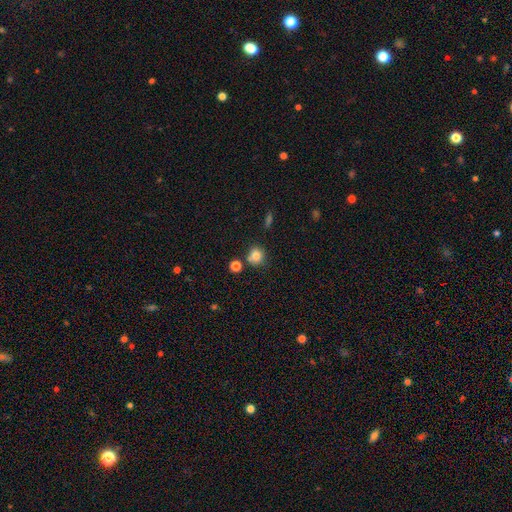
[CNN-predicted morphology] Smooth or featured?
  - smooth: 81% *
  - star or artifact: 12%
  - featured or disk: 7%
How rounded?
  - round: 88% *
  - in between: 11%
  - cigar-shaped: 1%
Merging?
  - none: 72% *
  - merger: 14%
  - minor disturbance: 11%
  - major disturbance: 3%